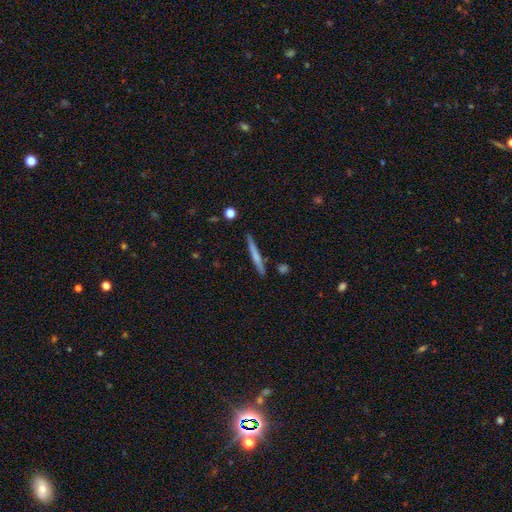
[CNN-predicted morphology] A smooth galaxy with no disk features (56%) that is cigar-shaped (96%). Merging: none (89%).